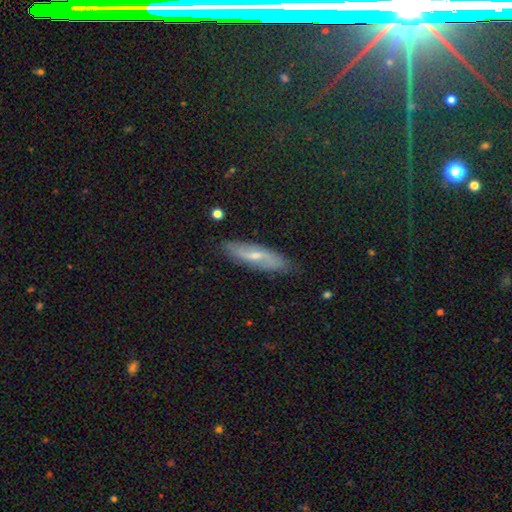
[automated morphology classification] Q: Smooth or featured?
A: featured or disk (57%); runner-up: smooth (34%)
Q: Edge-on disk?
A: no (69%); runner-up: yes (31%)
Q: Merging?
A: none (81%); runner-up: minor disturbance (15%)